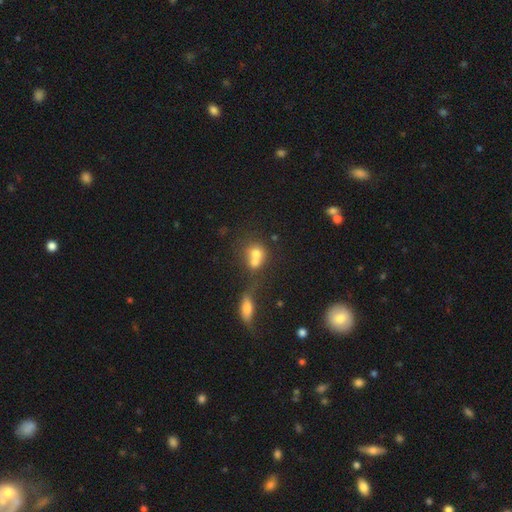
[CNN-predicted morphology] A smooth galaxy with no disk features (67%) that is round (66%).

Vote fractions:
- Smooth or featured? smooth: 67% / featured or disk: 21% / star or artifact: 12%
- How rounded? round: 66% / in between: 32% / cigar-shaped: 2%
- Merging? merger: 66% / none: 23% / minor disturbance: 7% / major disturbance: 5%